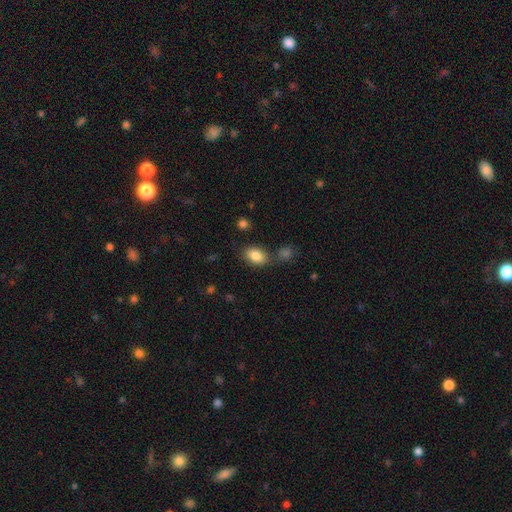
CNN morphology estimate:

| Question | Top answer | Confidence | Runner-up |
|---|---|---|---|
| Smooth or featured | smooth | 85% | star or artifact (8%) |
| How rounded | in between | 87% | round (12%) |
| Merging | none | 71% | minor disturbance (14%) |